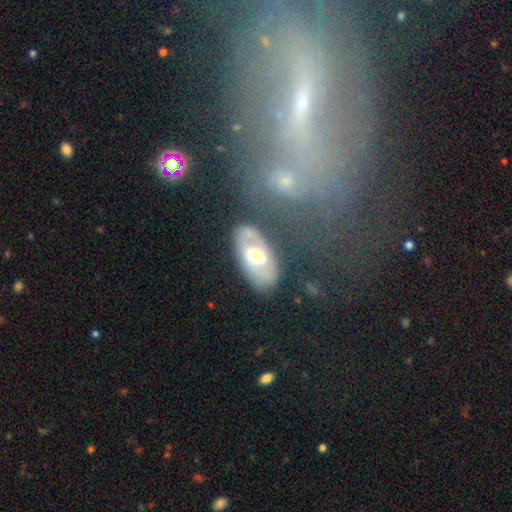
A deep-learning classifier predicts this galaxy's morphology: Smooth or featured?
  - featured or disk: 61% *
  - smooth: 33%
  - star or artifact: 6%
Edge-on disk?
  - no: 91% *
  - yes: 9%
Bar?
  - no: 47% *
  - weak: 39%
  - strong: 14%
Spiral arms?
  - yes: 54% *
  - no: 46%
Bulge size?
  - moderate: 62% *
  - large: 28%
  - small: 7%
  - dominant: 2%
  - none: 1%
Merging?
  - none: 71% *
  - minor disturbance: 18%
  - major disturbance: 7%
  - merger: 5%